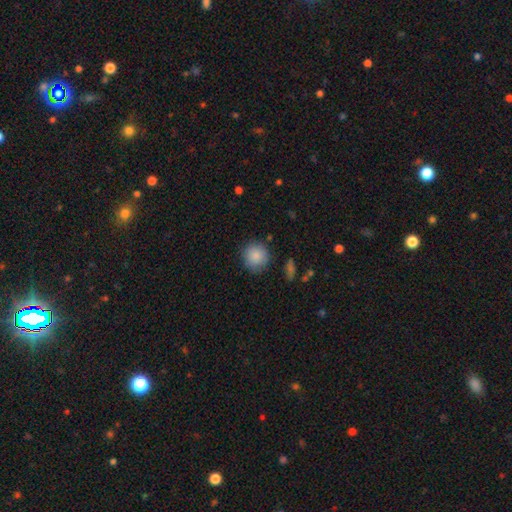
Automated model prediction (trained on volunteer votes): A smooth galaxy with no disk features (87%) that is round (92%). Merging: none (83%).